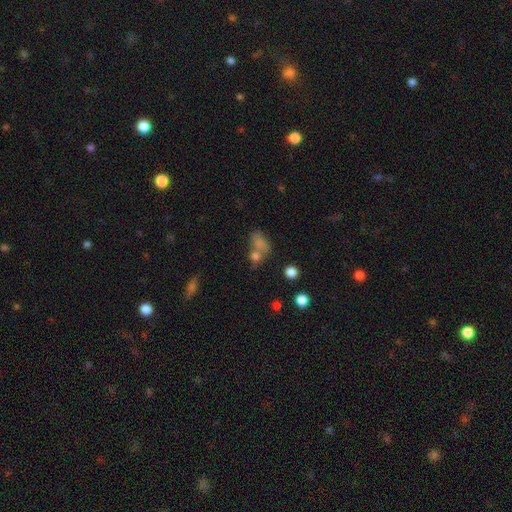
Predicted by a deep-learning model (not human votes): Smooth or featured: smooth — 53% (star or artifact — 30%)
How rounded: in between — 54% (round — 41%)
Merging: none — 47% (merger — 32%)